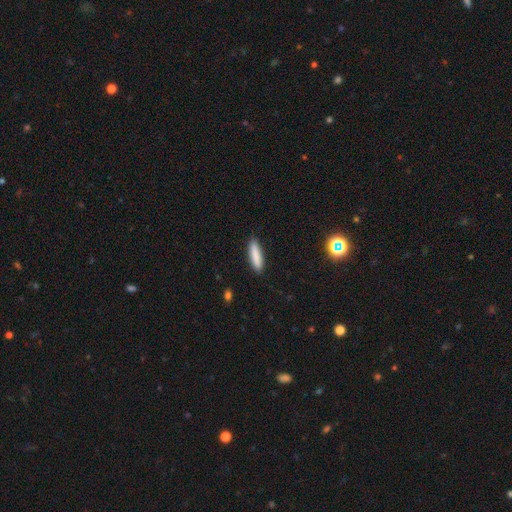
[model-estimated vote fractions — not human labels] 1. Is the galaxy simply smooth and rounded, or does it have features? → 86% smooth, 8% featured or disk, 6% star or artifact.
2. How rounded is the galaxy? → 75% cigar-shaped, 24% in between, 1% round.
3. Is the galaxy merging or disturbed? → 89% none, 8% minor disturbance, 2% major disturbance, 1% merger.